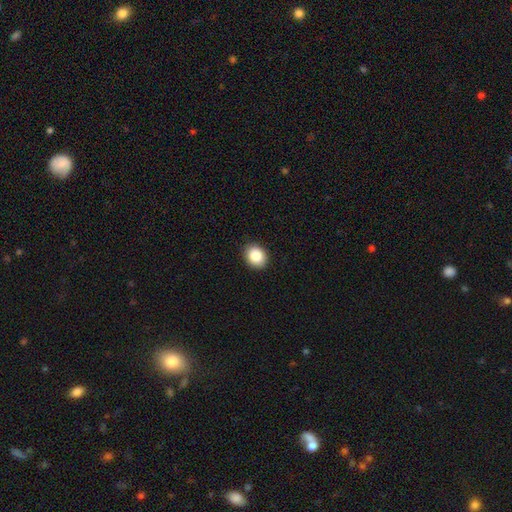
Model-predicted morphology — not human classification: A smooth galaxy with no disk features (86%) that is round (59%). Merging: none (90%).